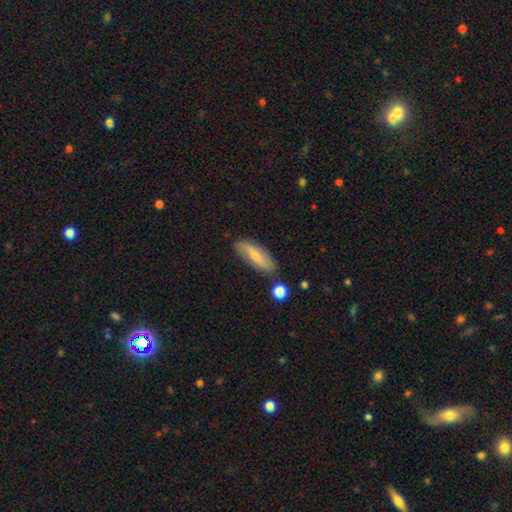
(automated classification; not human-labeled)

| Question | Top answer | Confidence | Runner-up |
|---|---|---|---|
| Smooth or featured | smooth | 57% | featured or disk (37%) |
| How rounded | in between | 52% | cigar-shaped (45%) |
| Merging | none | 78% | minor disturbance (15%) |